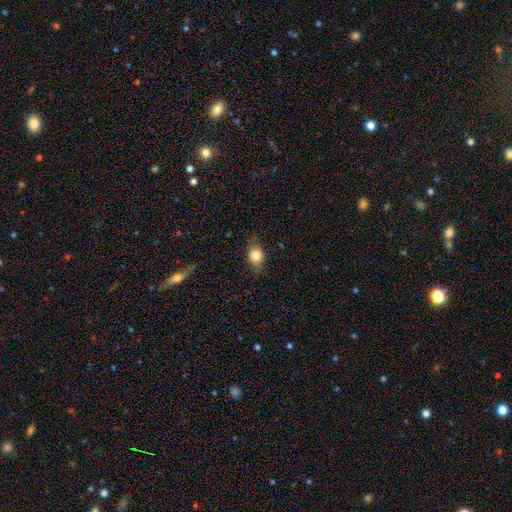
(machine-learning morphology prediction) A smooth galaxy with no disk features (79%) that is in between round and cigar-shaped (64%).

Vote fractions:
- Smooth or featured? smooth: 79% / featured or disk: 12% / star or artifact: 9%
- How rounded? in between: 64% / round: 33% / cigar-shaped: 3%
- Merging? none: 75% / minor disturbance: 19% / major disturbance: 5% / merger: 1%